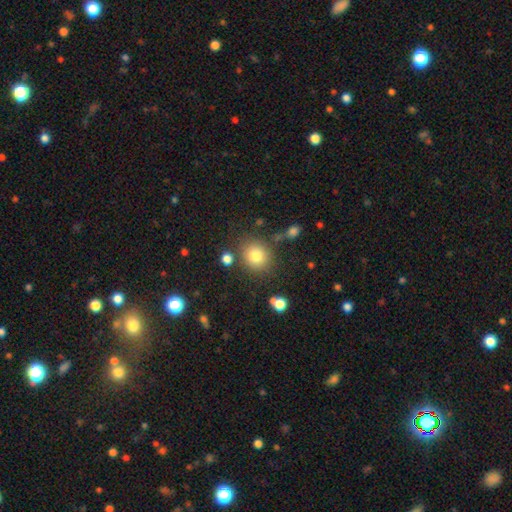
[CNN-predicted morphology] A smooth galaxy with no disk features (80%) that is round (86%).

Vote fractions:
- Smooth or featured? smooth: 80% / star or artifact: 12% / featured or disk: 8%
- How rounded? round: 86% / in between: 13% / cigar-shaped: 1%
- Merging? none: 81% / minor disturbance: 10% / merger: 6% / major disturbance: 4%